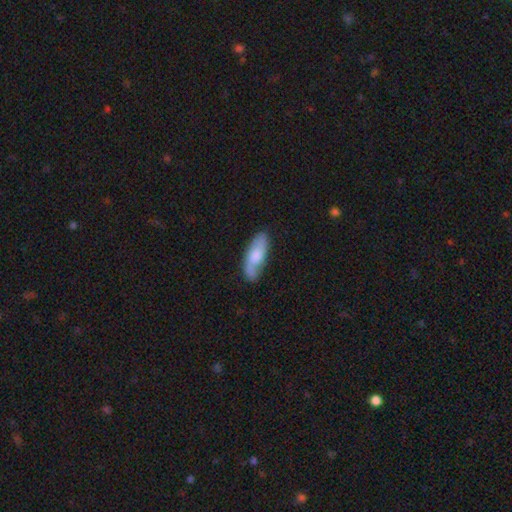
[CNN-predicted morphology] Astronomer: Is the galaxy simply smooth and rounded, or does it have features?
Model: smooth — 53% (runner-up: featured or disk, 41%).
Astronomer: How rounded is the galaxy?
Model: in between — 69%.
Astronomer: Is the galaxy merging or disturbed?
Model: none — 73%.